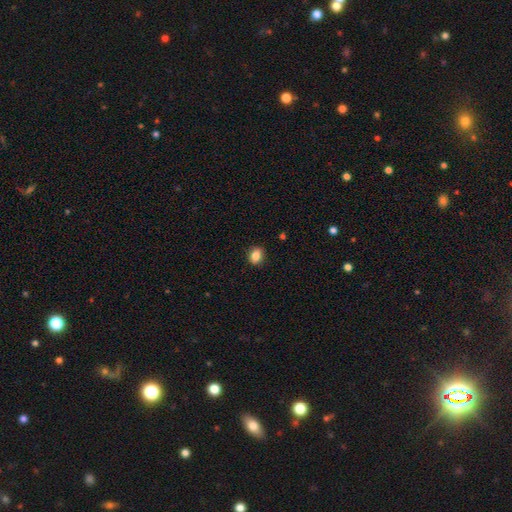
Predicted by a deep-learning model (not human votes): A smooth galaxy with no disk features (84%) that is round (52%). Merging: none (89%).